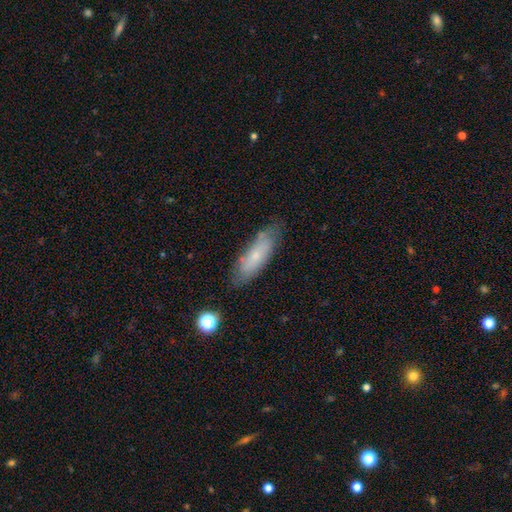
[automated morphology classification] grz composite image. It shows a smooth galaxy with no disk features (60%) that is in between round and cigar-shaped (52%). Merging: none (74%).